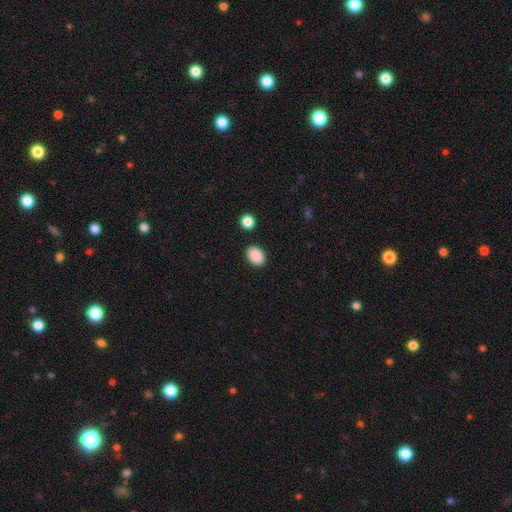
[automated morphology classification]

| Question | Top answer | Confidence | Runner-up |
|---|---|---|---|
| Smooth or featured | smooth | 89% | star or artifact (8%) |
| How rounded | in between | 79% | round (20%) |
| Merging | none | 87% | minor disturbance (8%) |